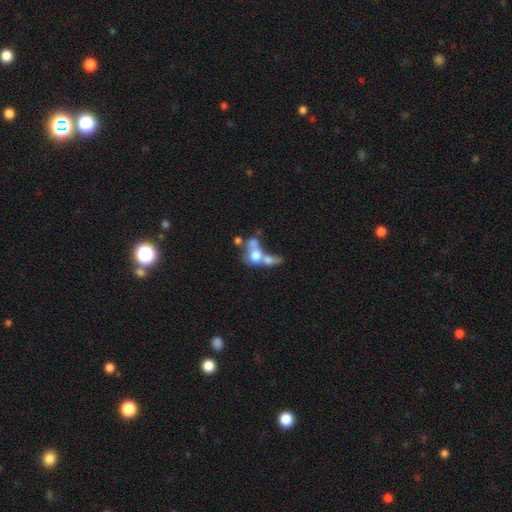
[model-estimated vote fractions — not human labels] This appears to be a smooth galaxy with no disk features (55%) that is in between round and cigar-shaped (62%). Merging: merger (67%).